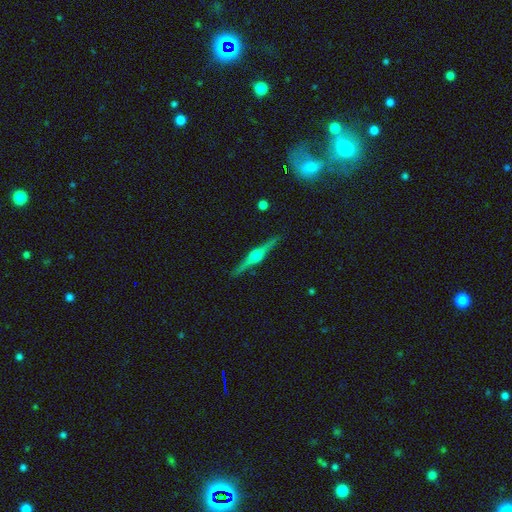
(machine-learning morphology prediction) Smooth or featured? Predicted: featured or disk (p=0.84). Edge-on disk? Predicted: yes (p=0.98). Edge-on bulge? Predicted: rounded (p=0.94). Merging? Predicted: none (p=0.91).